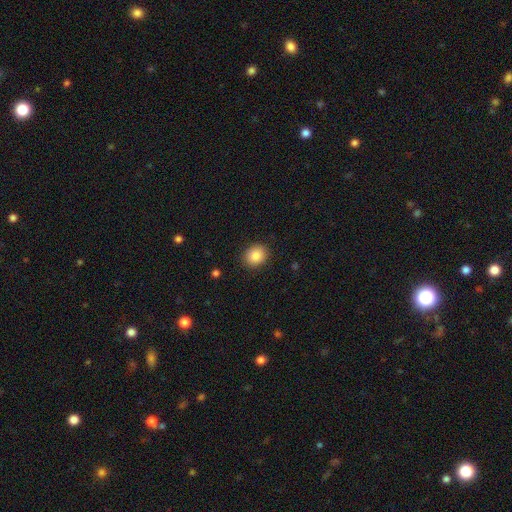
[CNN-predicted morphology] Overall: smooth (87%). How rounded: round (67%; in between 32%). Merging: none (89%).